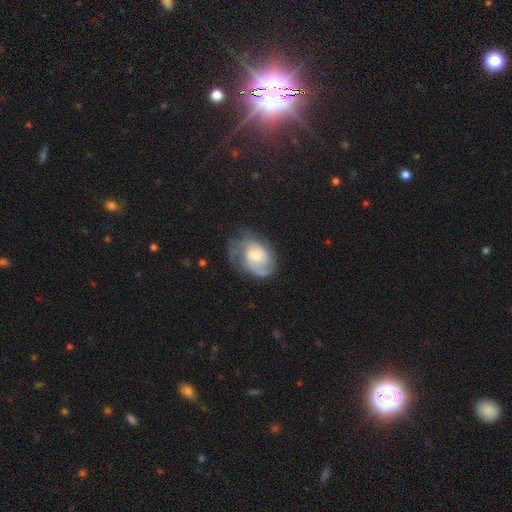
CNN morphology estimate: Smooth or featured: featured or disk — 69% (smooth — 25%)
Edge-on disk: no — 97% (yes — 3%)
Bar: no — 70% (weak — 26%)
Spiral arms: yes — 88% (no — 12%)
Spiral winding: medium — 41% (tight — 40%)
Spiral arm count: 2 — 40% (can't tell — 31%)
Bulge size: moderate — 53% (small — 36%)
Merging: none — 51% (minor disturbance — 28%)